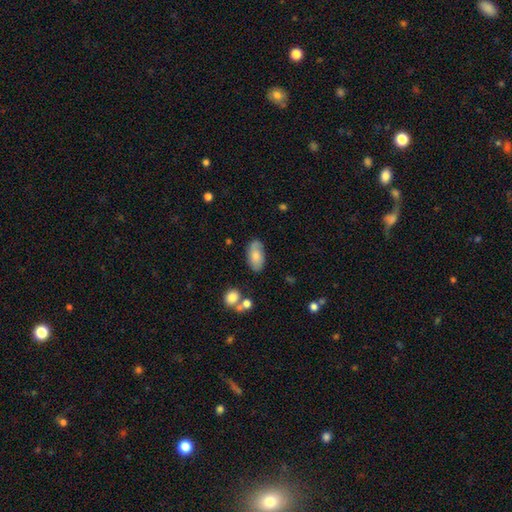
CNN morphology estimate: Smooth or featured?
  - smooth: 70% *
  - featured or disk: 23%
  - star or artifact: 7%
How rounded?
  - in between: 93% *
  - round: 4%
  - cigar-shaped: 3%
Merging?
  - none: 71% *
  - minor disturbance: 20%
  - major disturbance: 5%
  - merger: 4%